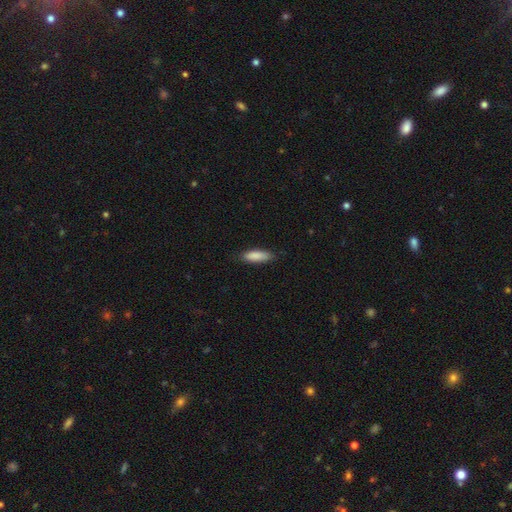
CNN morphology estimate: smooth-or-featured: smooth: 88% | featured or disk: 6% | star or artifact: 6%
  how-rounded: in between: 53% | cigar-shaped: 46% | round: 2%
  merging: none: 82% | minor disturbance: 15% | major disturbance: 2% | merger: 1%